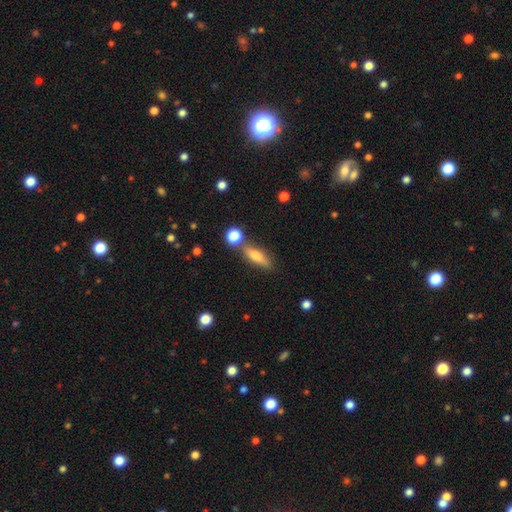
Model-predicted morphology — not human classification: Smooth or featured?
  - smooth: 64% *
  - featured or disk: 26%
  - star or artifact: 10%
How rounded?
  - cigar-shaped: 51% *
  - in between: 45%
  - round: 5%
Merging?
  - none: 73% *
  - minor disturbance: 13%
  - merger: 10%
  - major disturbance: 4%